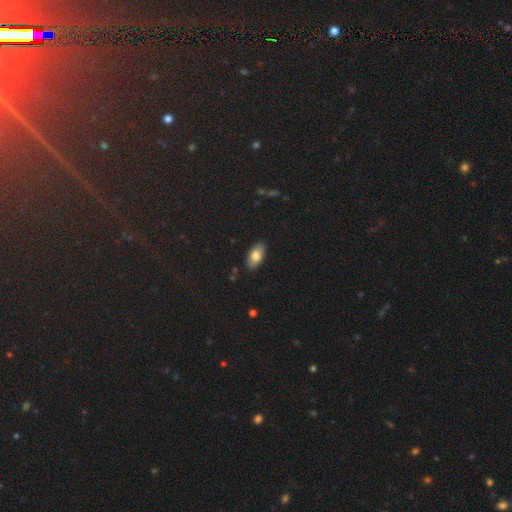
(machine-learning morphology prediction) This appears to be a smooth galaxy with no disk features (78%) that is in between round and cigar-shaped (92%). Merging: none (87%).